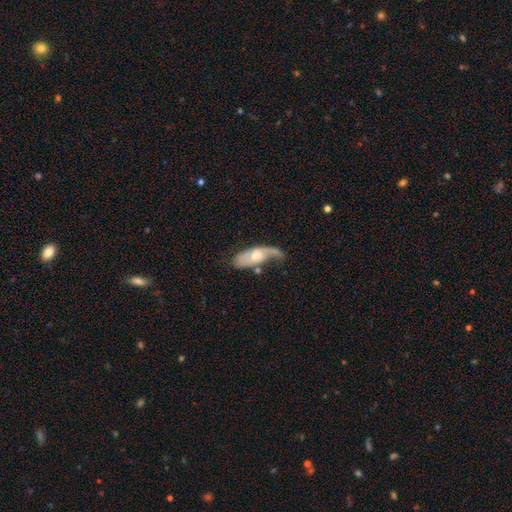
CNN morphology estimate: Smooth or featured? featured or disk (56%)
Edge-on disk? no (84%)
Merging? major disturbance (33%)